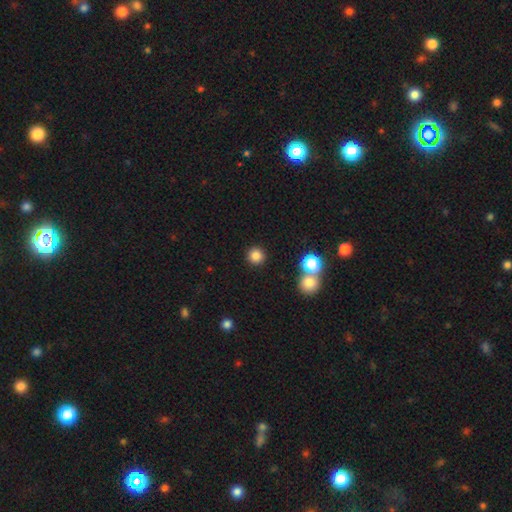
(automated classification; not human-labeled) This appears to be a smooth galaxy with no disk features (84%) that is round (93%). Merging: none (88%).